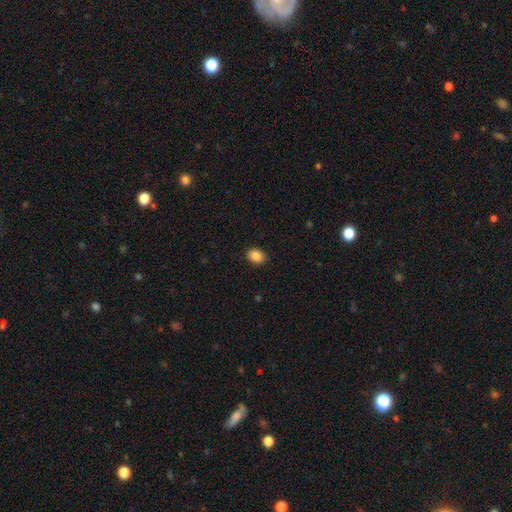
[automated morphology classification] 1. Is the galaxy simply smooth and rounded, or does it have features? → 88% smooth, 8% star or artifact, 4% featured or disk.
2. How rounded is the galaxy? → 70% in between, 29% round, 1% cigar-shaped.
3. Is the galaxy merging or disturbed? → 89% none, 8% minor disturbance, 2% major disturbance, 1% merger.